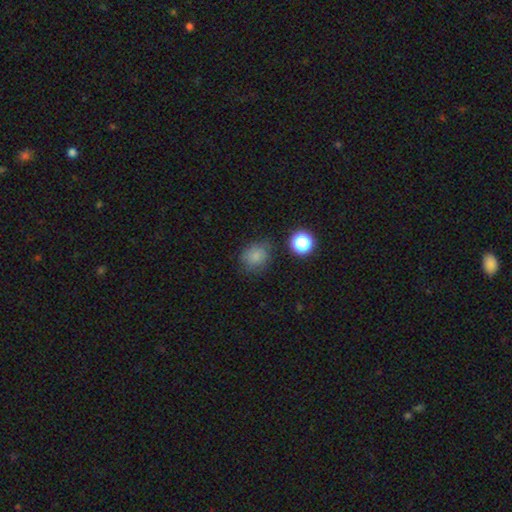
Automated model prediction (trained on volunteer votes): smooth_or_featured: smooth (p=0.79) [alt: star or artifact p=0.15]
how_rounded: round (p=0.73) [alt: in between p=0.26]
merging: none (p=0.72) [alt: minor disturbance p=0.18]